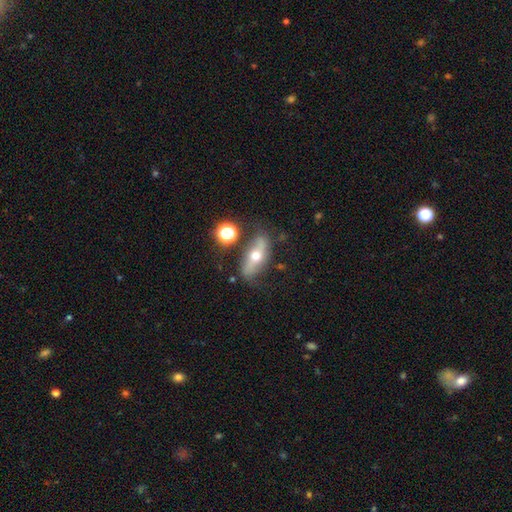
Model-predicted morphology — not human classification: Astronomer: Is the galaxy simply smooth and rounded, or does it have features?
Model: featured or disk — 54% (runner-up: smooth, 37%).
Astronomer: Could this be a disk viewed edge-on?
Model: no — 66%.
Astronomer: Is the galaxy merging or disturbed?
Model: none — 69%.